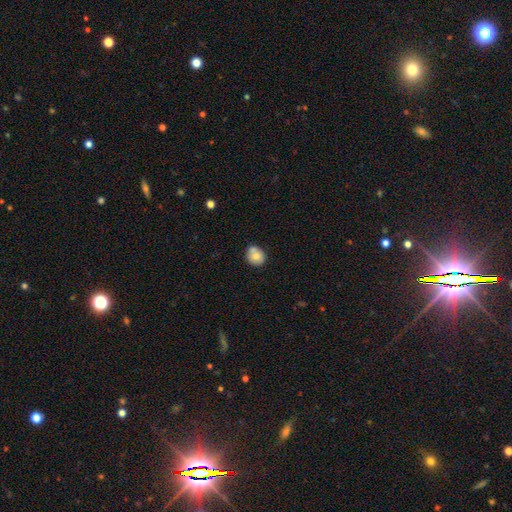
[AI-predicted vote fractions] Morphology: type=smooth (73%); roundness=round (71%); merging=none (60%).